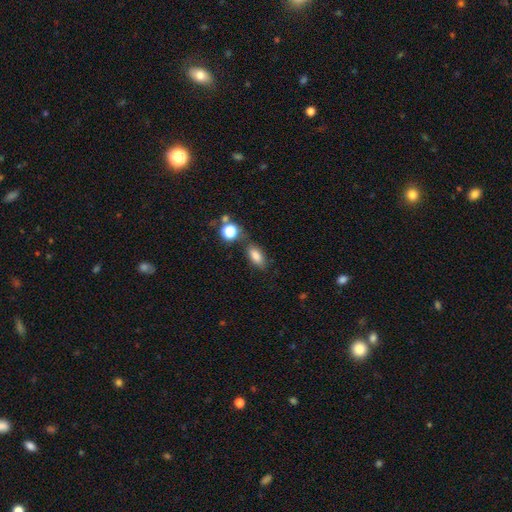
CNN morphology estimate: This is clearly a smooth galaxy (81%). How rounded: clearly in between (82%). Merging: likely none (71%).